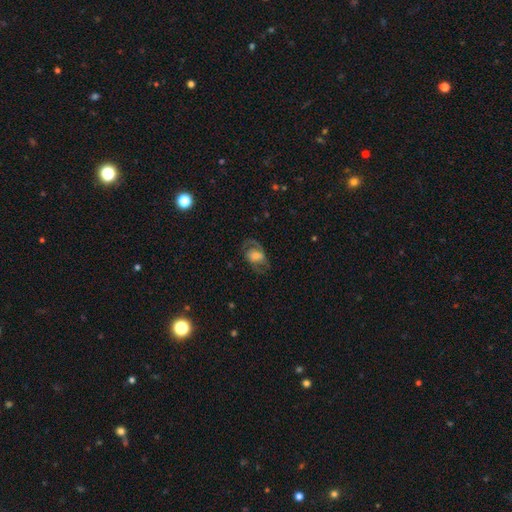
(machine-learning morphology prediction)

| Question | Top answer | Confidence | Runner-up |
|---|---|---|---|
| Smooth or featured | featured or disk | 63% | smooth (29%) |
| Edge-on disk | no | 96% | yes (4%) |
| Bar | no | 49% | weak (38%) |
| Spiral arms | yes | 80% | no (20%) |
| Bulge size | small | 39% | moderate (37%) |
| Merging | none | 62% | major disturbance (19%) |